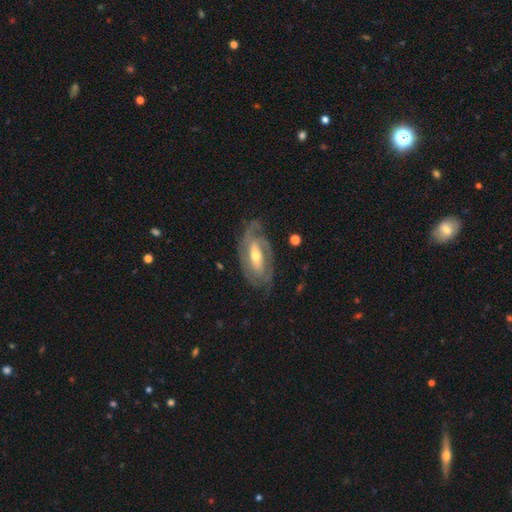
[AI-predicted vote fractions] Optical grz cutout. It shows a featured or disk galaxy (85%) with a weak bar (35%), 2 (57%) tight (56%) spiral arms (91%) and a moderate central bulge (66%). Merging: none (72%).